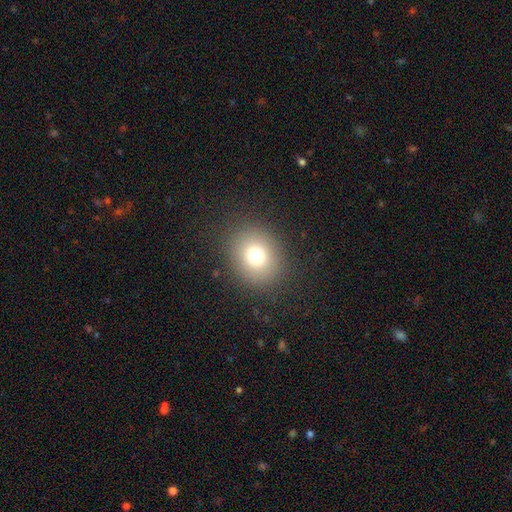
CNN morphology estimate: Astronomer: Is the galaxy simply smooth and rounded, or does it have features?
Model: smooth — 75%.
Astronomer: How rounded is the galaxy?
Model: round — 70%.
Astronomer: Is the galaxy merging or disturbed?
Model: none — 87%.